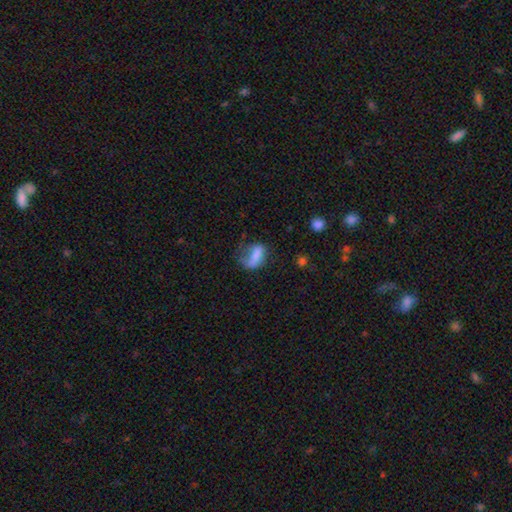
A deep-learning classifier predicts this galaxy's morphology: Smooth or featured?
  - smooth: 68% *
  - featured or disk: 22%
  - star or artifact: 10%
How rounded?
  - in between: 79% *
  - cigar-shaped: 11%
  - round: 10%
Merging?
  - major disturbance: 42% *
  - none: 29%
  - minor disturbance: 24%
  - merger: 4%